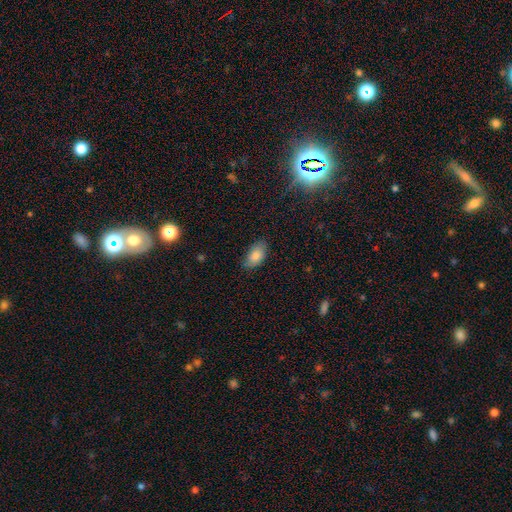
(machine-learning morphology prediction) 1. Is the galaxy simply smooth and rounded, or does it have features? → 83% smooth, 10% featured or disk, 7% star or artifact.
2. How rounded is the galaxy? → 92% in between, 5% round, 2% cigar-shaped.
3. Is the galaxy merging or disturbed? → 77% none, 19% minor disturbance, 3% major disturbance, 1% merger.